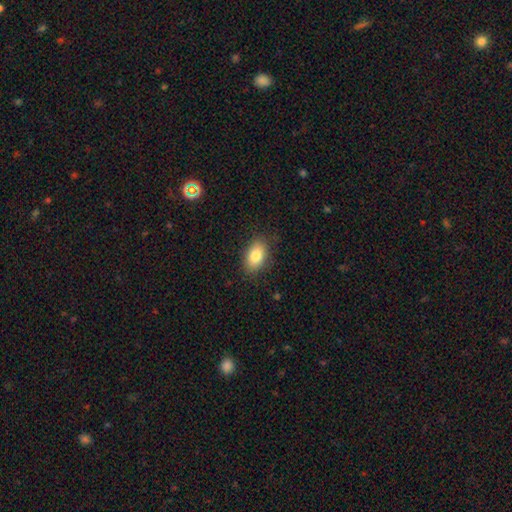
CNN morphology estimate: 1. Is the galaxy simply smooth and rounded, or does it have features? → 83% smooth, 9% featured or disk, 8% star or artifact.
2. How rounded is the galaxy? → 88% in between, 10% round, 2% cigar-shaped.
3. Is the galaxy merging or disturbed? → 85% none, 11% minor disturbance, 3% major disturbance, 1% merger.